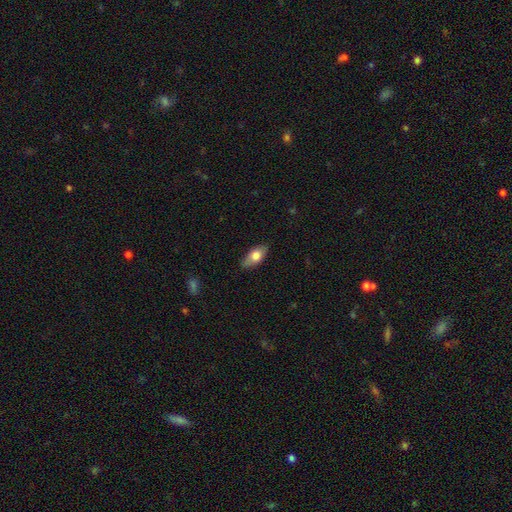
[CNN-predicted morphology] smooth 72%, featured or disk 22%, star or artifact 6%. Down the decision tree: how rounded — in between (86%); merging — none (81%).